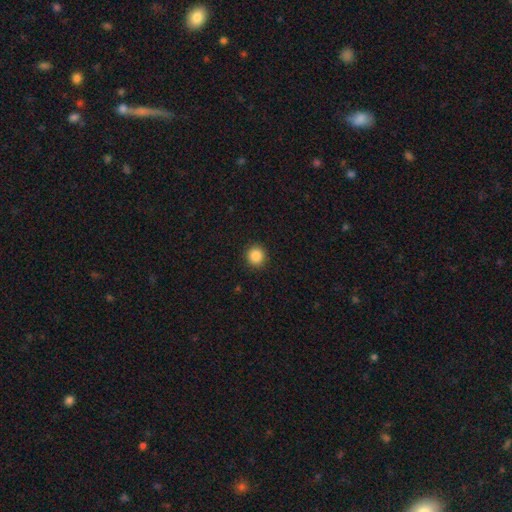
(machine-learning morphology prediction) Smooth or featured?
  - smooth: 87% *
  - star or artifact: 10%
  - featured or disk: 3%
How rounded?
  - round: 93% *
  - in between: 6%
  - cigar-shaped: 1%
Merging?
  - none: 92% *
  - minor disturbance: 5%
  - major disturbance: 2%
  - merger: 1%